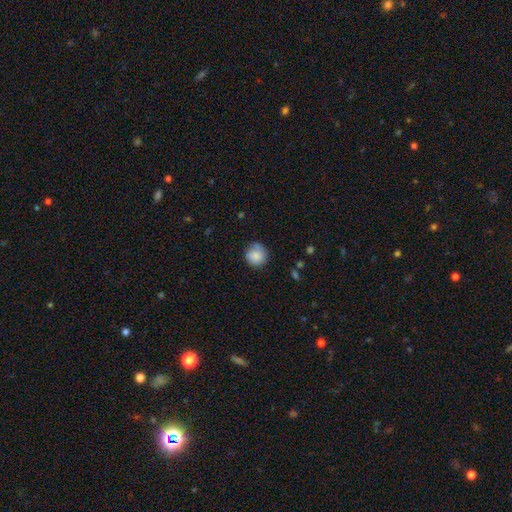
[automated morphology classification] Smooth or featured? Predicted: smooth (p=0.84). How rounded? Predicted: round (p=0.90). Merging? Predicted: none (p=0.71).